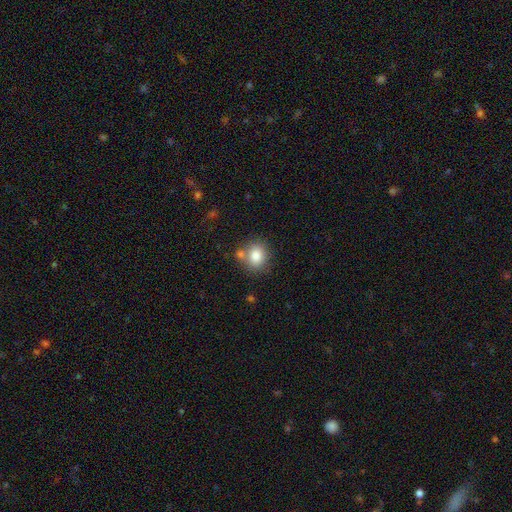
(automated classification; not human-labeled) Morphology: type=smooth (82%); roundness=round (69%); merging=none (68%).